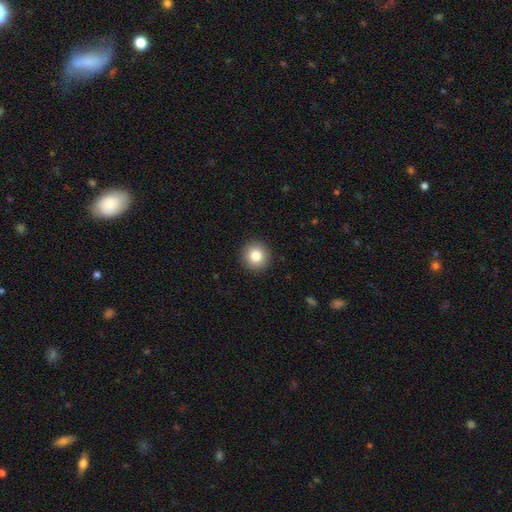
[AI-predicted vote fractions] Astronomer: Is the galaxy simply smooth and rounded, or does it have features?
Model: smooth — 83%.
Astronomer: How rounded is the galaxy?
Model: round — 93%.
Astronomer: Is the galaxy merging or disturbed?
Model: none — 92%.